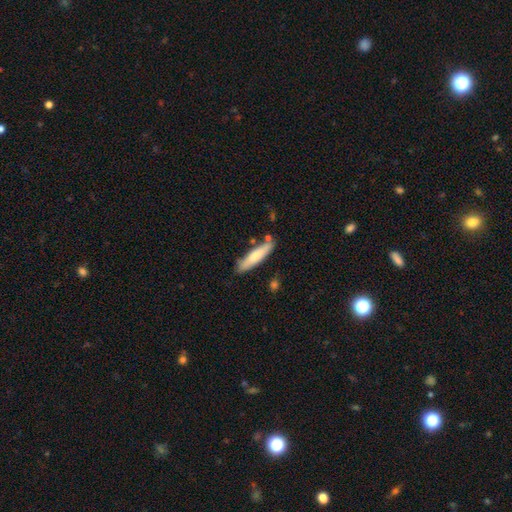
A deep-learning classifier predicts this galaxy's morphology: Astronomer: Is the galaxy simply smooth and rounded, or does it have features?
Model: smooth — 70%.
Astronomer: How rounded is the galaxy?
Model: cigar-shaped — 79%.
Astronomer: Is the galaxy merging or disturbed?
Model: none — 79%.